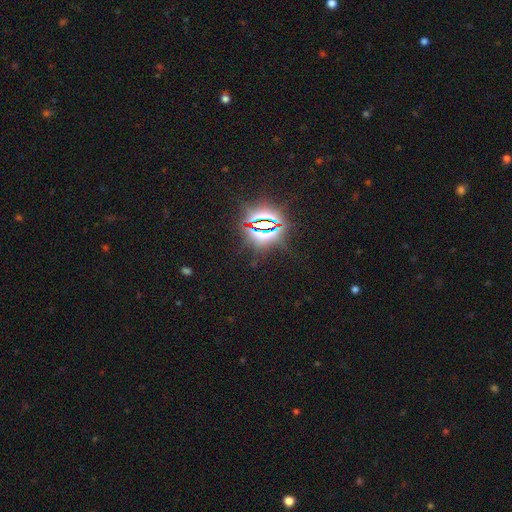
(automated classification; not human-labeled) Smooth or featured: star or artifact — 85% (smooth — 8%)